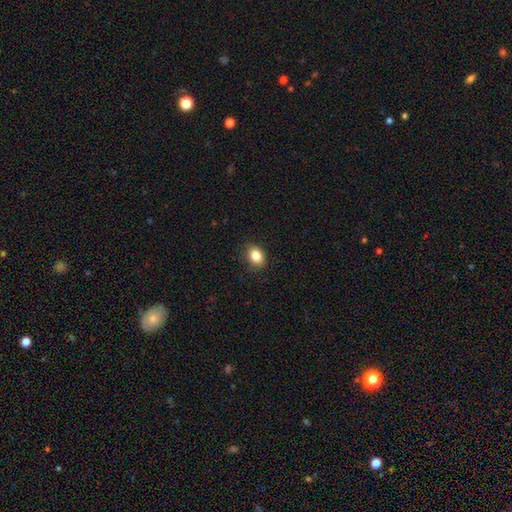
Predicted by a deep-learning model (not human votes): Smooth or featured? Predicted: smooth (p=0.85). How rounded? Predicted: in between (p=0.63). Merging? Predicted: none (p=0.84).